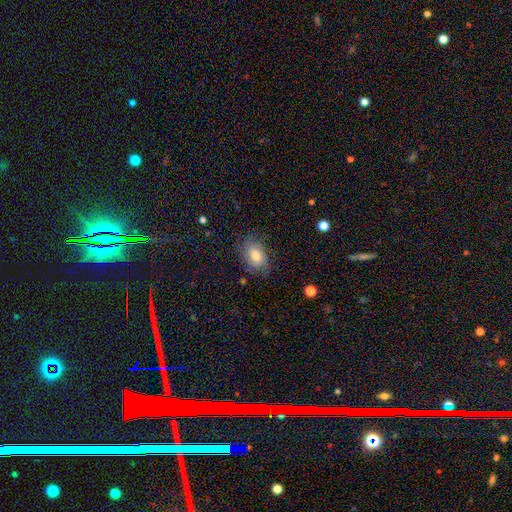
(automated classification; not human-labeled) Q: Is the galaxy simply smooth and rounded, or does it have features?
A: smooth — 48%.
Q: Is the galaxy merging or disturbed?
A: none — 73%.